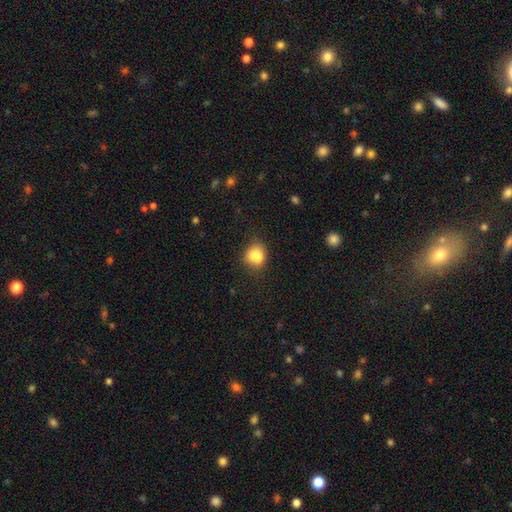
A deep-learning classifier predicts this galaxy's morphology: Smooth or featured?
  - smooth: 76% *
  - featured or disk: 13%
  - star or artifact: 10%
How rounded?
  - round: 61% *
  - in between: 38%
  - cigar-shaped: 1%
Merging?
  - none: 47% *
  - merger: 32%
  - minor disturbance: 16%
  - major disturbance: 5%